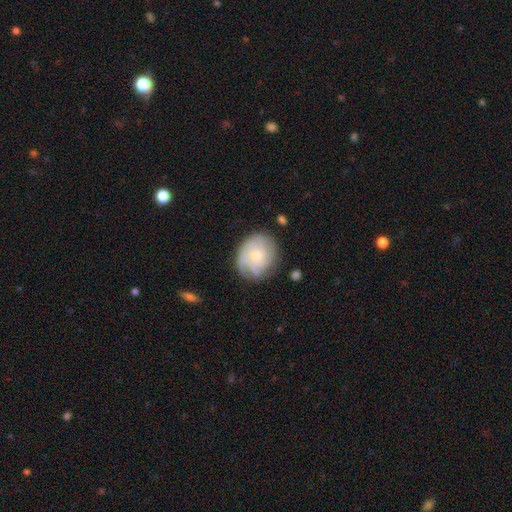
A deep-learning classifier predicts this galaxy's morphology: Q: Smooth or featured?
A: featured or disk (62%); runner-up: smooth (31%)
Q: Edge-on disk?
A: no (97%); runner-up: yes (3%)
Q: Bar?
A: no (81%); runner-up: weak (16%)
Q: Spiral arms?
A: yes (87%); runner-up: no (13%)
Q: Spiral winding?
A: tight (61%); runner-up: medium (28%)
Q: Spiral arm count?
A: can't tell (42%); runner-up: 3 (21%)
Q: Bulge size?
A: small (59%); runner-up: moderate (37%)
Q: Merging?
A: none (70%); runner-up: minor disturbance (21%)